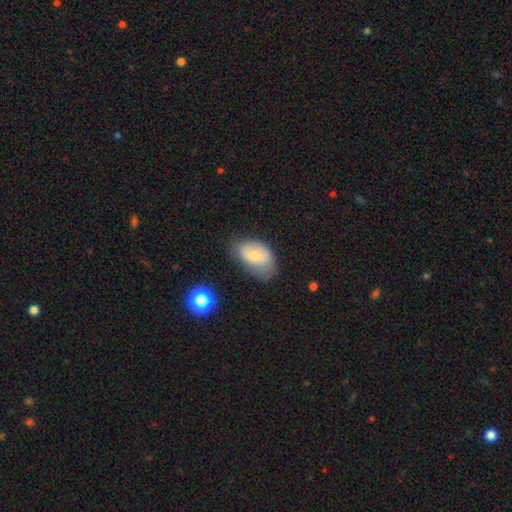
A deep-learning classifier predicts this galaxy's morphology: type=smooth (66%); roundness=in between (90%); merging=none (54%).